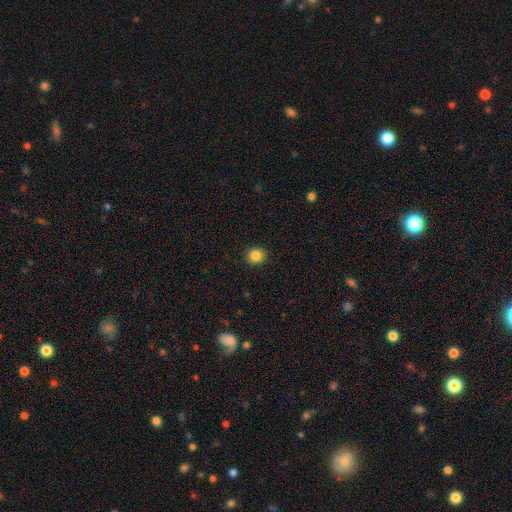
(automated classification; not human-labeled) Smooth or featured: smooth — 86% (star or artifact — 10%)
How rounded: round — 84% (in between — 15%)
Merging: none — 91% (minor disturbance — 6%)